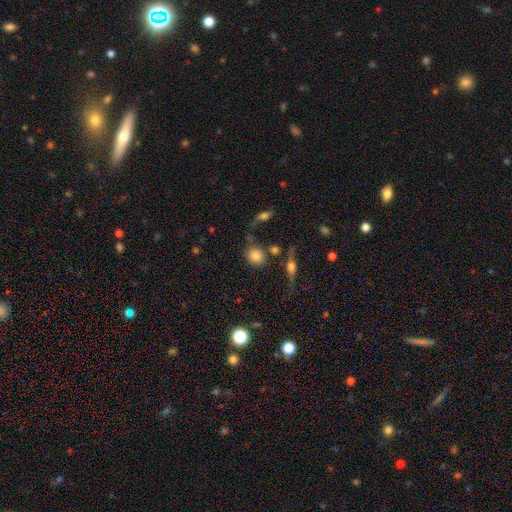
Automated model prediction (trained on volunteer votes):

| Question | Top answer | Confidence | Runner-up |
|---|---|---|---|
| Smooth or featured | smooth | 80% | star or artifact (10%) |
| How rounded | round | 76% | in between (22%) |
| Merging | none | 66% | minor disturbance (15%) |